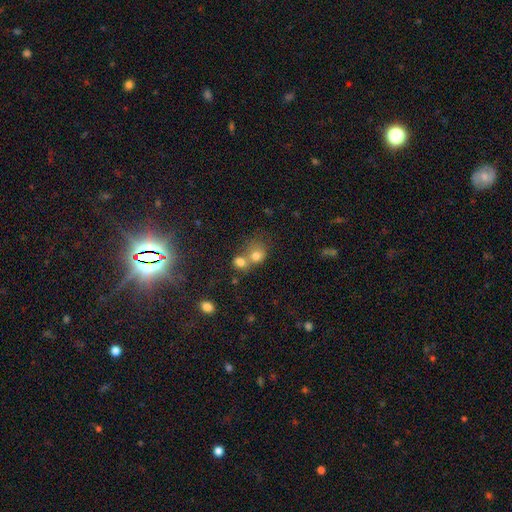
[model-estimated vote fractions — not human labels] smooth 73%, star or artifact 14%, featured or disk 13%. Down the decision tree: how rounded — round (68%); merging — merger (58%).